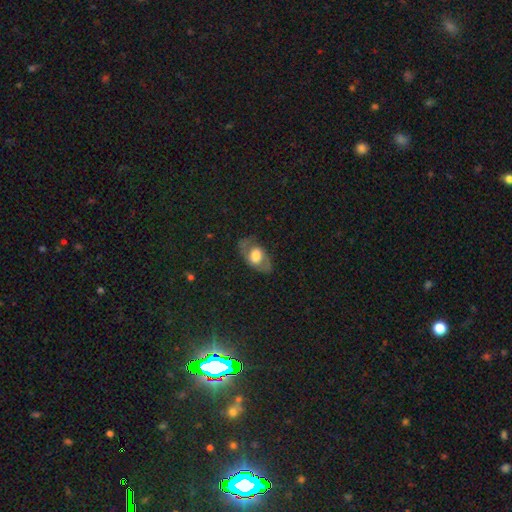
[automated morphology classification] This is possibly a featured or disk galaxy (46%, tied with smooth). Merging: likely none (67%).